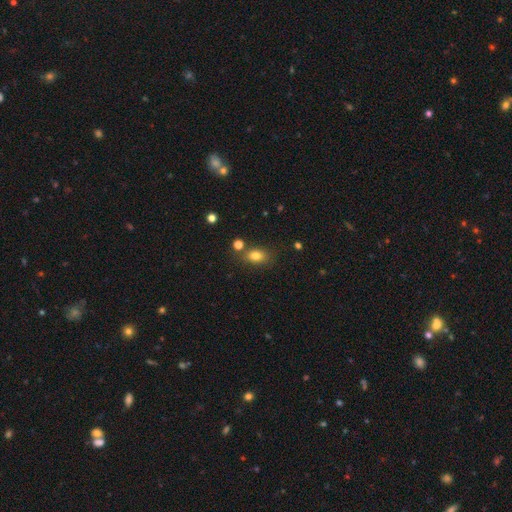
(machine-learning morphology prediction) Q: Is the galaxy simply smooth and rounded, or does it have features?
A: smooth — 79%.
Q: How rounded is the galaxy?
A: in between — 77%.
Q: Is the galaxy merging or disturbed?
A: none — 75%.